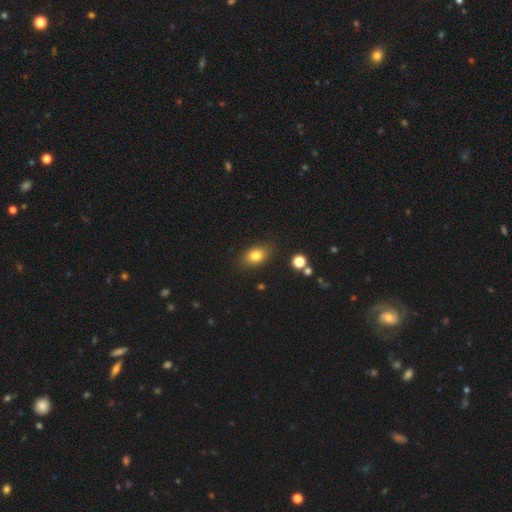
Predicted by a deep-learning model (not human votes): A smooth galaxy with no disk features (81%) that is in between round and cigar-shaped (77%). Merging: none (84%).